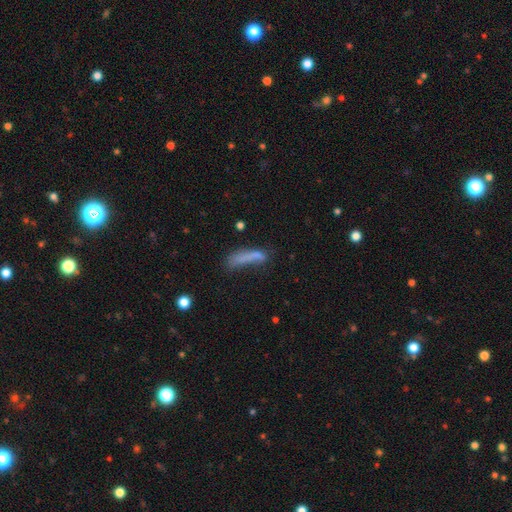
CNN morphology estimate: Smooth or featured? smooth (49%)
Merging? none (64%)